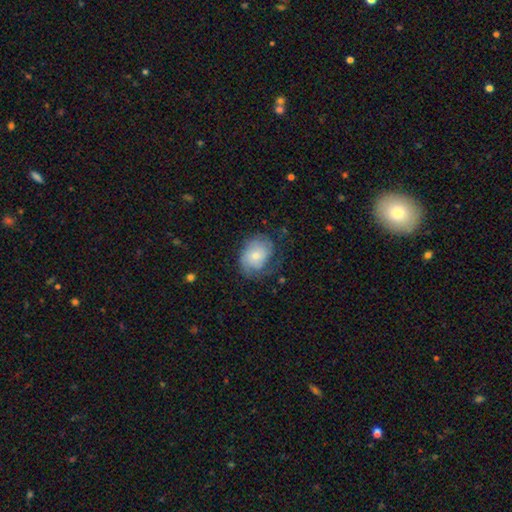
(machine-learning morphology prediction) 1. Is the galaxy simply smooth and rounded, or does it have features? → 49% smooth, 44% featured or disk, 7% star or artifact.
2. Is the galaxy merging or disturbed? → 53% none, 27% minor disturbance, 18% major disturbance, 1% merger.